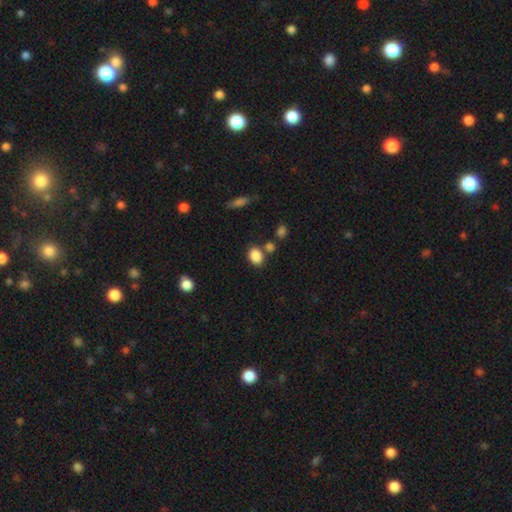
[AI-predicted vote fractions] smooth 86%, star or artifact 9%, featured or disk 5%. Down the decision tree: how rounded — in between (64%); merging — none (68%).